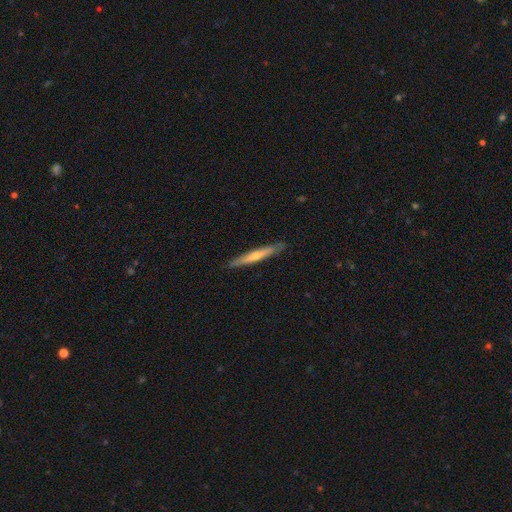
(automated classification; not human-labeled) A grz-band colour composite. It shows a smooth galaxy with no disk features (48%). Merging: none (89%).